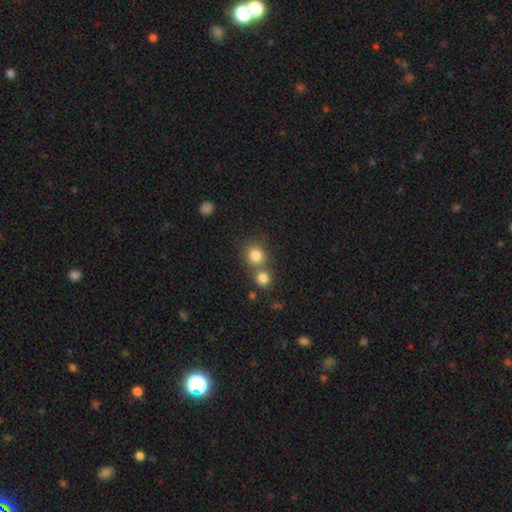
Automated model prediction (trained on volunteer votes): Smooth or featured: smooth — 81% (star or artifact — 12%)
How rounded: round — 85% (in between — 14%)
Merging: none — 54% (merger — 36%)